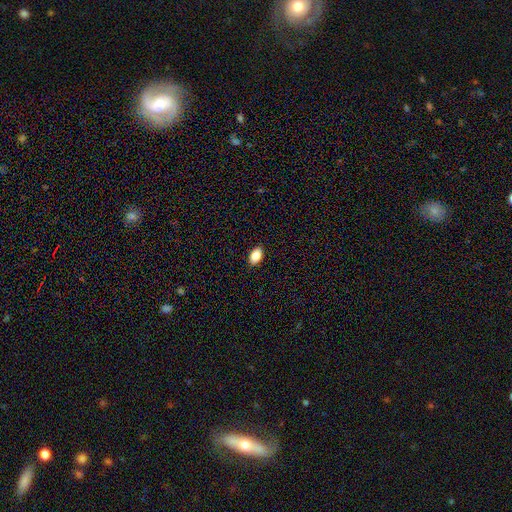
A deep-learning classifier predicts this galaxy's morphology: Q: Smooth or featured?
A: smooth (87%); runner-up: star or artifact (8%)
Q: How rounded?
A: in between (90%); runner-up: round (8%)
Q: Merging?
A: none (89%); runner-up: minor disturbance (8%)